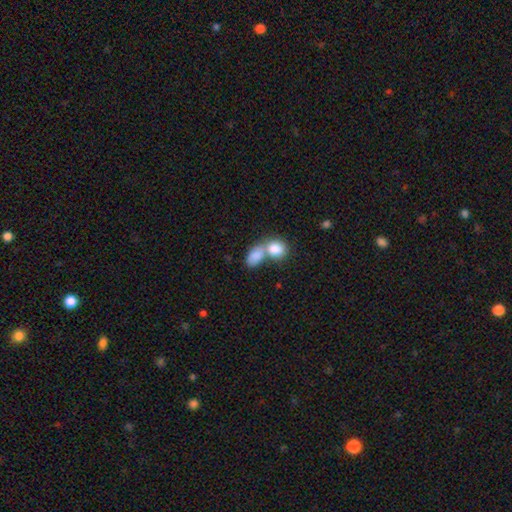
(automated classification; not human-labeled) smooth-or-featured: smooth: 84% | featured or disk: 9% | star or artifact: 7%
  how-rounded: in between: 83% | round: 14% | cigar-shaped: 2%
  merging: merger: 65% | none: 24% | minor disturbance: 7% | major disturbance: 4%